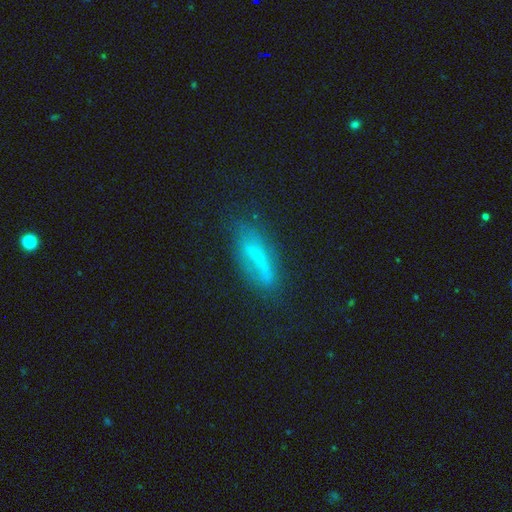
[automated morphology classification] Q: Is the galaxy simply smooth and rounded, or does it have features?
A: smooth — 52%.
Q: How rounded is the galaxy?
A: cigar-shaped — 70%.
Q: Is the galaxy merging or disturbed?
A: none — 63%.